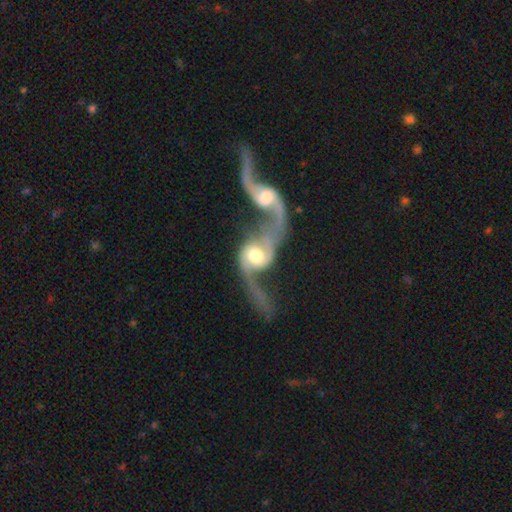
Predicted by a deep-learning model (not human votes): Overall: featured or disk (79%). Edge-on disk: no (95%). Bar: no (56%; weak 31%). Spiral arms: yes (88%). Spiral arm count: 2 (81%). Spiral winding: loose (78%). Bulge size: moderate (55%; large 31%). Merging: merger (76%).